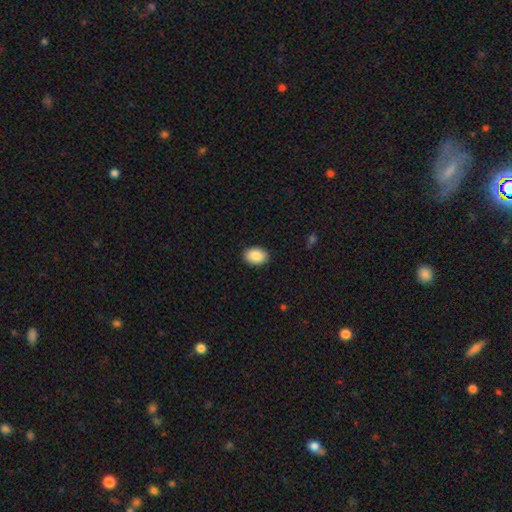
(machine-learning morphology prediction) This is clearly a smooth galaxy (88%). How rounded: clearly in between (82%). Merging: clearly none (90%).